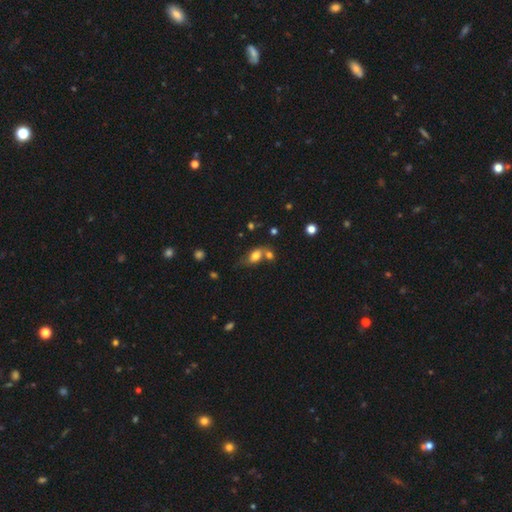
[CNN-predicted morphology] Q: Smooth or featured?
A: smooth (75%); runner-up: featured or disk (14%)
Q: How rounded?
A: in between (81%); runner-up: round (15%)
Q: Merging?
A: none (41%); runner-up: merger (36%)